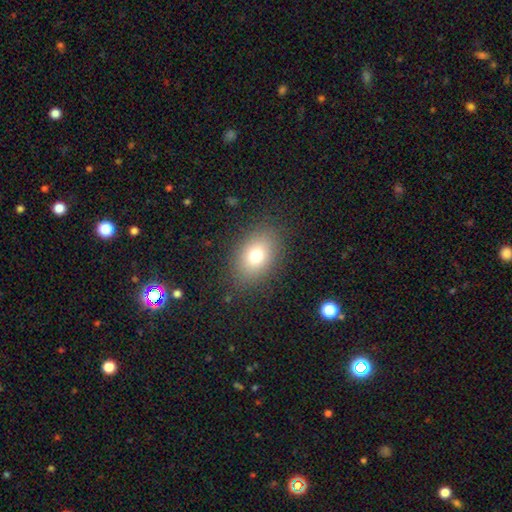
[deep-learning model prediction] smooth 75%, featured or disk 13%, star or artifact 12%. Down the decision tree: how rounded — in between (77%); merging — none (84%).